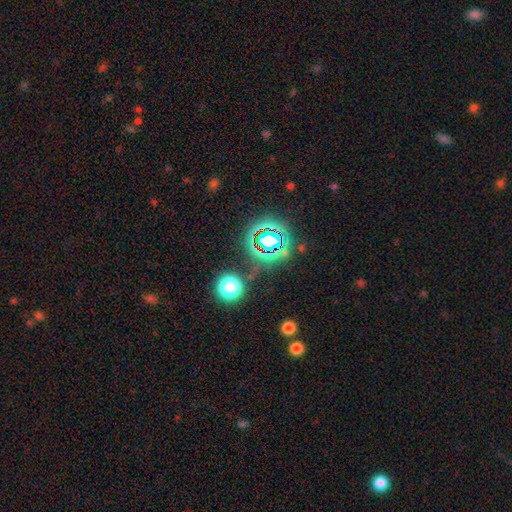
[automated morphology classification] smooth_or_featured: star or artifact (p=0.73) [alt: smooth p=0.18]